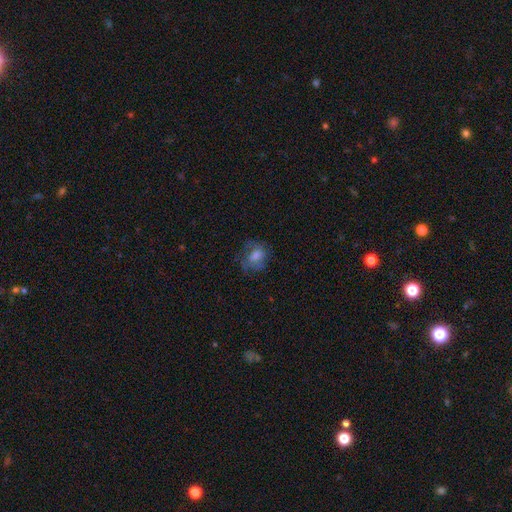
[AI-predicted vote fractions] A smooth galaxy with no disk features (52%) that is round (58%). Merging: none (60%).